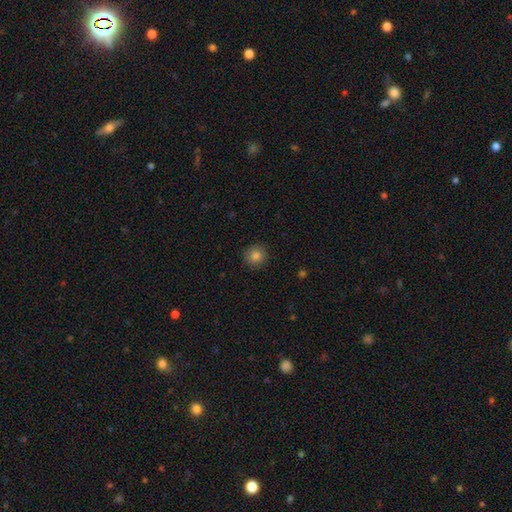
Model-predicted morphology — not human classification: This appears to be a smooth galaxy with no disk features (83%) that is round (92%). Merging: none (89%).